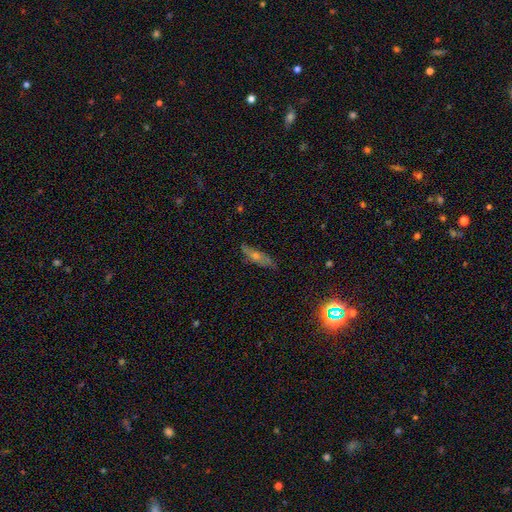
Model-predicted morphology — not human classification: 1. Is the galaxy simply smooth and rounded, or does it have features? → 52% featured or disk, 33% smooth, 15% star or artifact.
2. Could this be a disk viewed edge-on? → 60% yes, 40% no.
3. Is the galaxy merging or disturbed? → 77% none, 17% minor disturbance, 4% major disturbance, 2% merger.